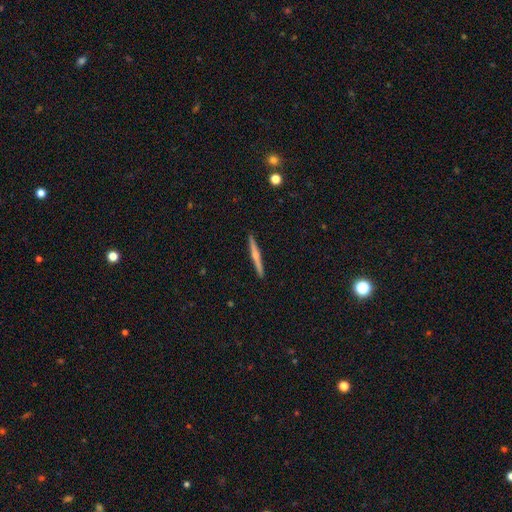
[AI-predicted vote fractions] This is possibly a featured or disk galaxy (59%). It is clearly viewed edge-on (98%). Edge-on bulge: likely rounded (70%). Merging: clearly none (92%).